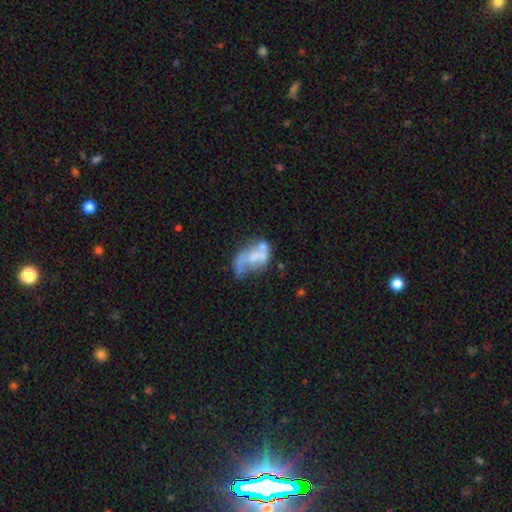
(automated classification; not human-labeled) The model was most divided on "merging": major disturbance: 29%, none: 26%, merger: 25%, minor disturbance: 20%. Remaining: edge-on disk — no (97%); bar — no (74%); spiral arms — no (66%); smooth or featured — featured or disk (63%); bulge size — none (46%).